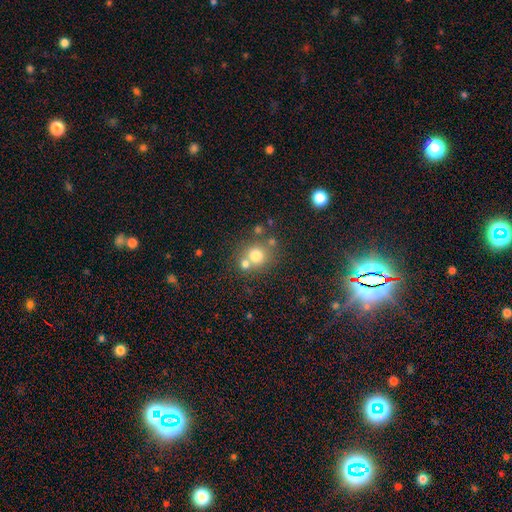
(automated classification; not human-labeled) Morphology: type=smooth (73%); roundness=round (86%); merging=none (55%).